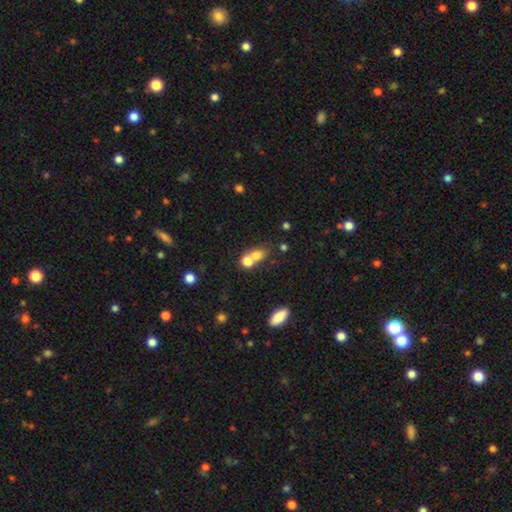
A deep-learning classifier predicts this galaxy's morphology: smooth 73%, star or artifact 14%, featured or disk 14%. Down the decision tree: how rounded — round (61%); merging — merger (57%).